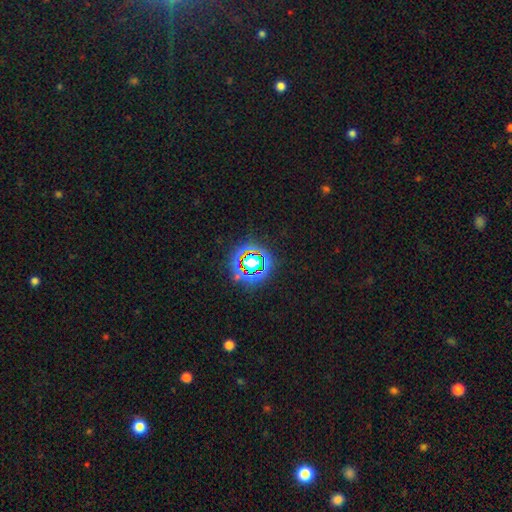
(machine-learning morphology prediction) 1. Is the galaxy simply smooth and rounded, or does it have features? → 76% star or artifact, 15% smooth, 9% featured or disk.